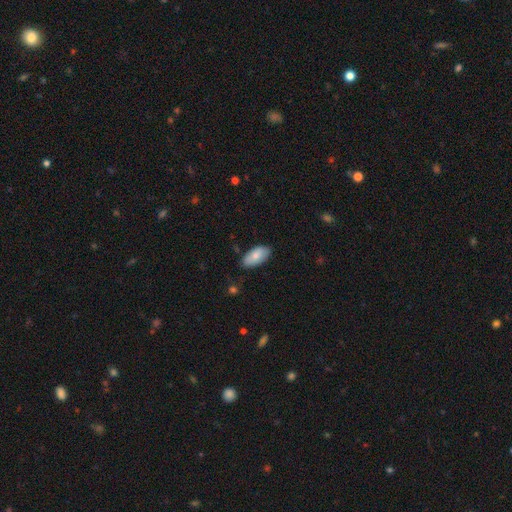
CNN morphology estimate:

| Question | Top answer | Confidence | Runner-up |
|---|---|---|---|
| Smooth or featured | smooth | 79% | featured or disk (15%) |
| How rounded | in between | 93% | cigar-shaped (5%) |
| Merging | none | 80% | minor disturbance (16%) |